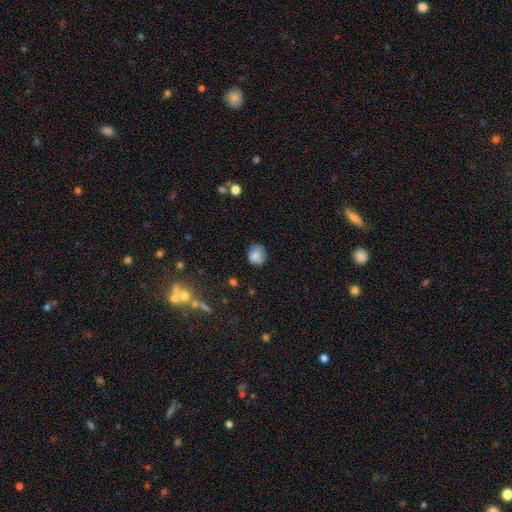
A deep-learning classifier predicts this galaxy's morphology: Smooth or featured?
  - smooth: 79% *
  - featured or disk: 12%
  - star or artifact: 9%
How rounded?
  - round: 76% *
  - in between: 22%
  - cigar-shaped: 1%
Merging?
  - none: 72% *
  - minor disturbance: 22%
  - major disturbance: 5%
  - merger: 2%